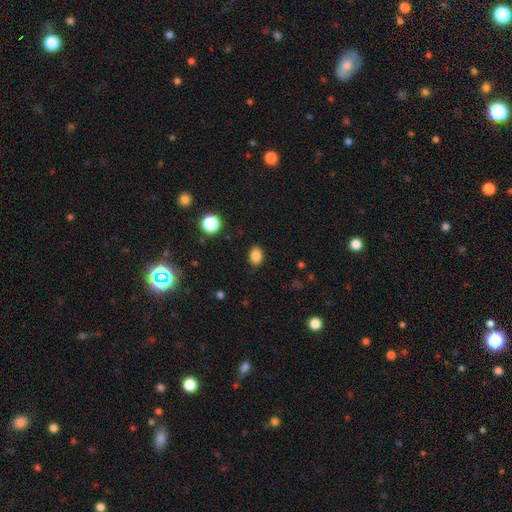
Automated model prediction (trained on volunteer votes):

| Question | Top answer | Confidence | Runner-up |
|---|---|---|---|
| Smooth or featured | smooth | 85% | star or artifact (11%) |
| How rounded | in between | 71% | round (28%) |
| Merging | none | 86% | minor disturbance (10%) |